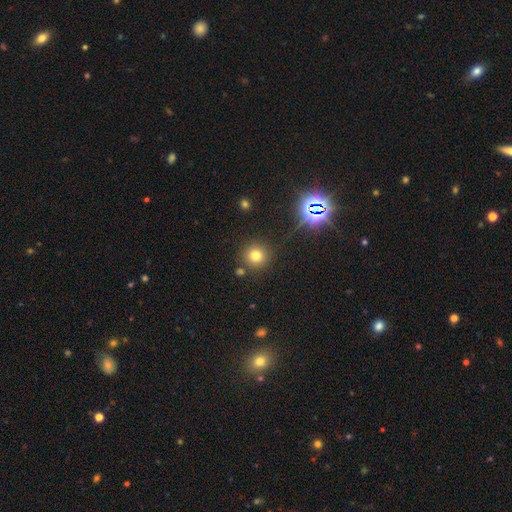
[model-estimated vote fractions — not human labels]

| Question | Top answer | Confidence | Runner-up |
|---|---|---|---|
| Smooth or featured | smooth | 72% | star or artifact (19%) |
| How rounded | round | 94% | in between (5%) |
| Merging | none | 84% | minor disturbance (7%) |